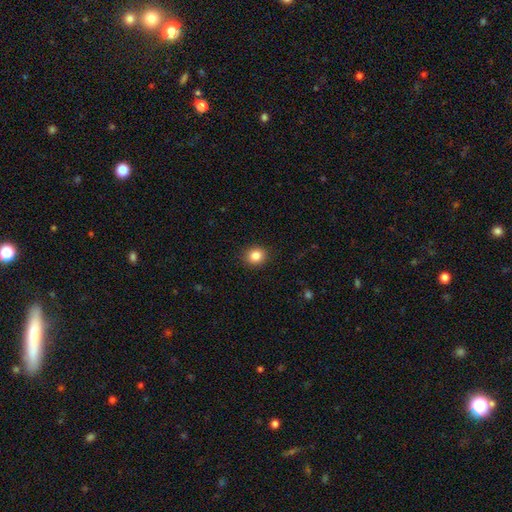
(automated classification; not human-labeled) The model was most divided on "how rounded": round: 74%, in between: 25%, cigar-shaped: 1%. More confident: merging — none (91%); smooth or featured — smooth (85%).